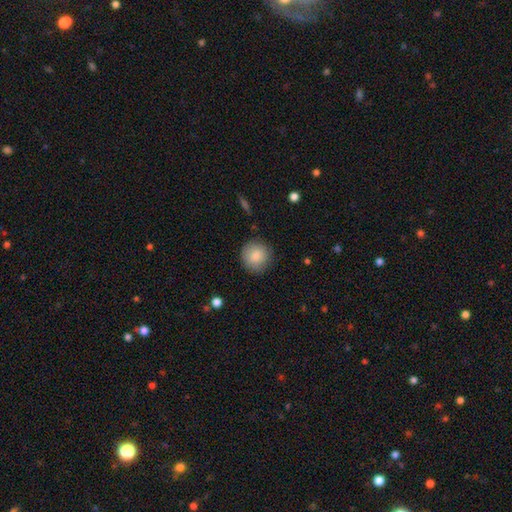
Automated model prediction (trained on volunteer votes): The model was most divided on "merging": none: 86%, minor disturbance: 10%, major disturbance: 3%, merger: 1%. More confident: how rounded — round (93%); smooth or featured — smooth (86%).